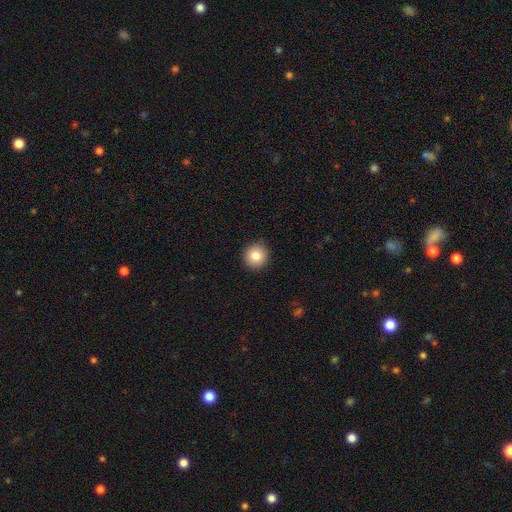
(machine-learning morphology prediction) Q: Smooth or featured?
A: smooth (83%); runner-up: star or artifact (9%)
Q: How rounded?
A: round (92%); runner-up: in between (7%)
Q: Merging?
A: none (92%); runner-up: minor disturbance (6%)